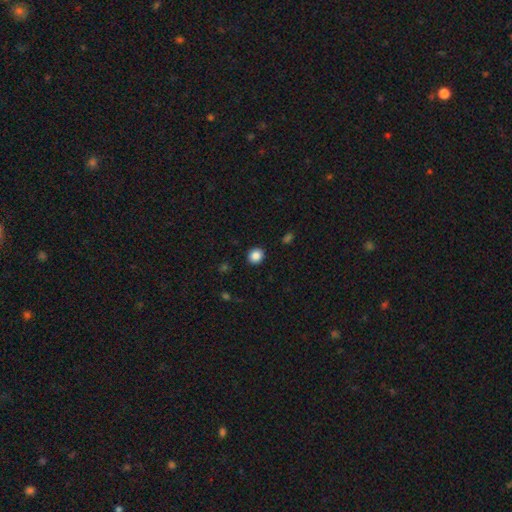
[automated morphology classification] Overall: smooth (86%). How rounded: round (74%). Merging: none (91%).